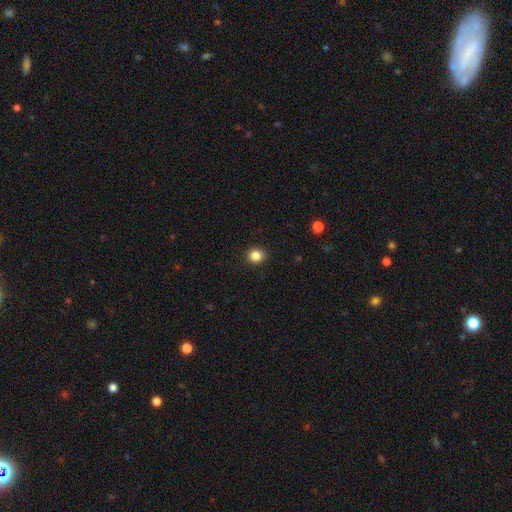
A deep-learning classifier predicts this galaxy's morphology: smooth_or_featured: smooth (p=0.85) [alt: star or artifact p=0.12]
how_rounded: round (p=0.86) [alt: in between p=0.13]
merging: none (p=0.92) [alt: minor disturbance p=0.06]